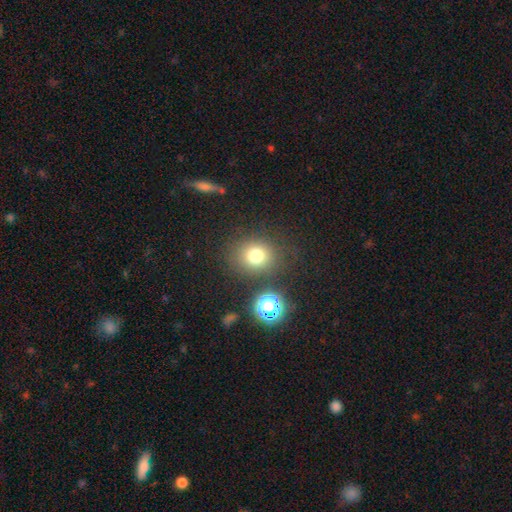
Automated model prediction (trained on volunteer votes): Smooth or featured? Predicted: smooth (p=0.77). How rounded? Predicted: round (p=0.78). Merging? Predicted: none (p=0.81).